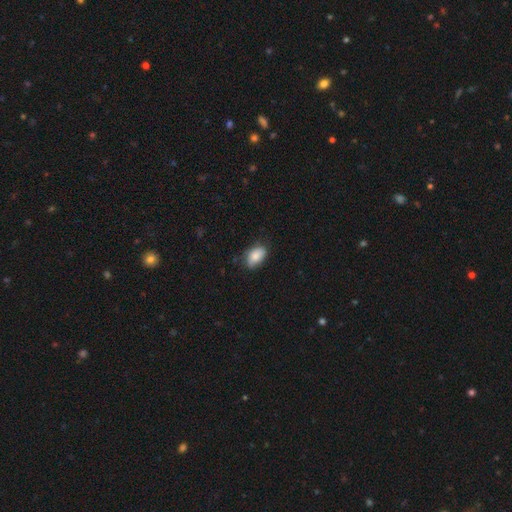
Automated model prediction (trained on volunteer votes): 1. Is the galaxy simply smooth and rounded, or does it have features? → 83% smooth, 10% featured or disk, 7% star or artifact.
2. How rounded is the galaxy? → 91% in between, 7% round, 2% cigar-shaped.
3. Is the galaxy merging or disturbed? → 66% none, 27% minor disturbance, 5% major disturbance, 1% merger.